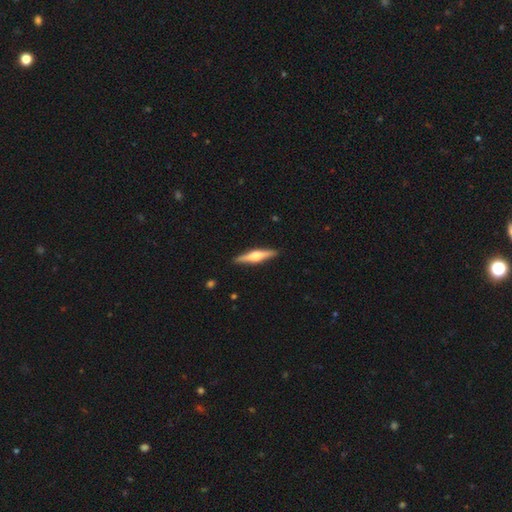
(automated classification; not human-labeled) Overall: featured or disk (68%). Edge-on disk: yes (97%). Edge-on bulge: rounded (91%). Merging: none (91%).